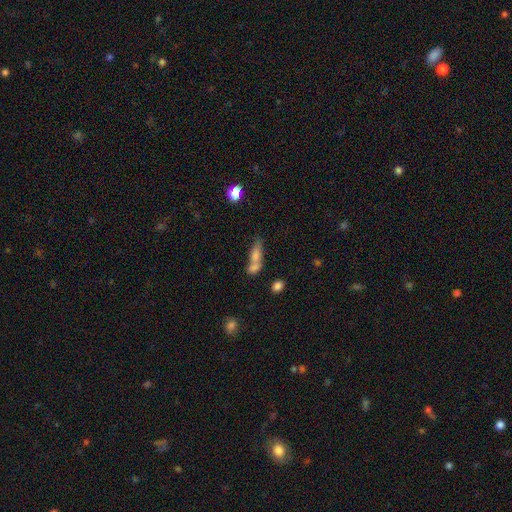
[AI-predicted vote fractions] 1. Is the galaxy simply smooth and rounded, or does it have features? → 69% smooth, 20% featured or disk, 11% star or artifact.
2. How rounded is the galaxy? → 54% in between, 38% cigar-shaped, 8% round.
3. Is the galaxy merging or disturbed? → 51% merger, 29% none, 12% minor disturbance, 7% major disturbance.